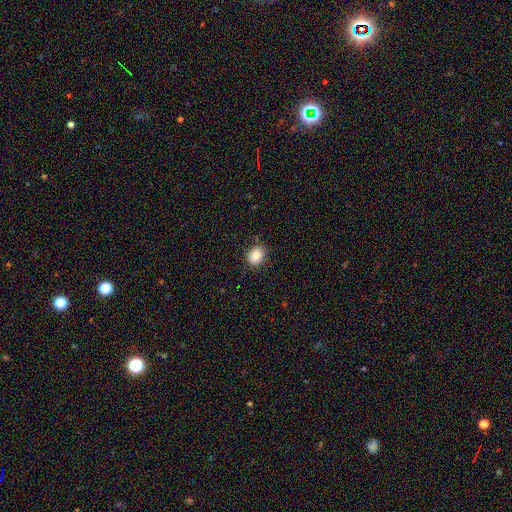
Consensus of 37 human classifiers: smooth 89%, featured or disk 5%, star or artifact 5%. Down the decision tree: how rounded — in between (52%); merging — none (77%).